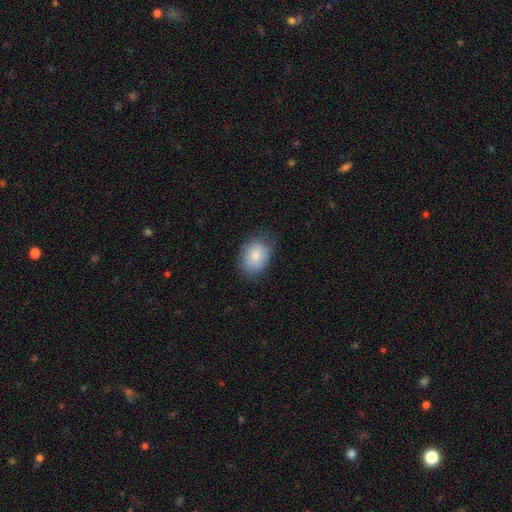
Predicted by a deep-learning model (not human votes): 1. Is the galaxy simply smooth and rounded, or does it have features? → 83% smooth, 9% featured or disk, 8% star or artifact.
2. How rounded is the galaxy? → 64% in between, 36% round, 1% cigar-shaped.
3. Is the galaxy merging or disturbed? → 75% none, 19% minor disturbance, 5% major disturbance, 1% merger.